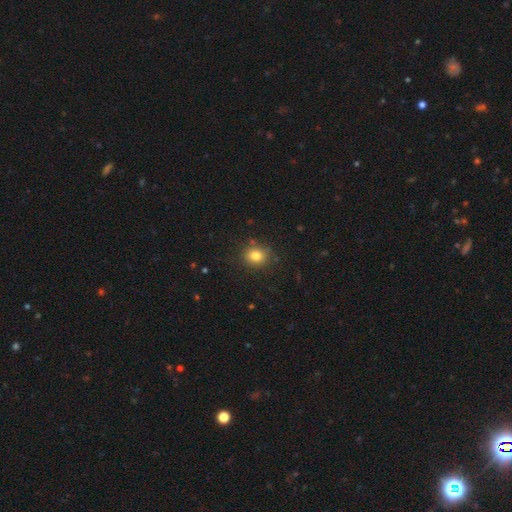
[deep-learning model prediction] Smooth or featured? smooth (81%)
How rounded? round (77%)
Merging? none (85%)